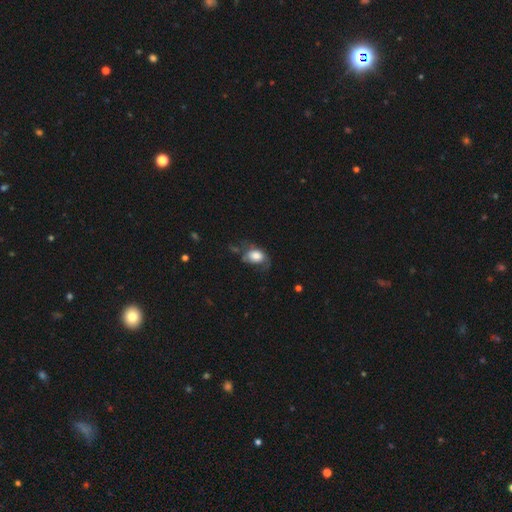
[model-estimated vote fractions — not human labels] Smooth or featured?
  - smooth: 69% *
  - featured or disk: 23%
  - star or artifact: 8%
How rounded?
  - in between: 73% *
  - round: 26%
  - cigar-shaped: 1%
Merging?
  - none: 35% *
  - minor disturbance: 32%
  - major disturbance: 29%
  - merger: 3%